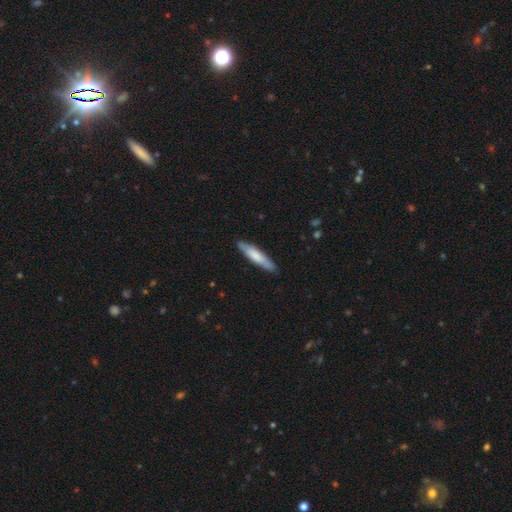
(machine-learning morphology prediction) Overall: smooth (67%; featured or disk 29%). How rounded: cigar-shaped (83%). Merging: none (86%).